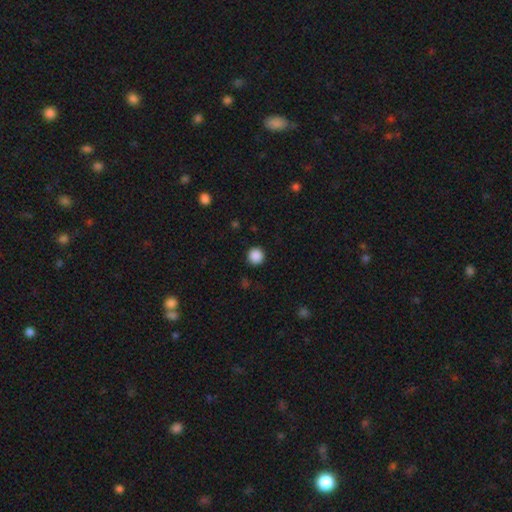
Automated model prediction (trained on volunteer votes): Morphology: type=smooth (88%); roundness=round (95%); merging=none (92%).